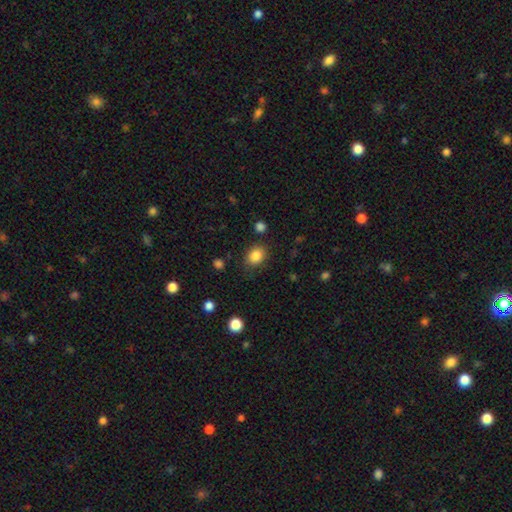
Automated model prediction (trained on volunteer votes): The model was most divided on "how rounded": in between: 50%, round: 49%, cigar-shaped: 1%. More confident: smooth or featured — smooth (85%); merging — none (82%).